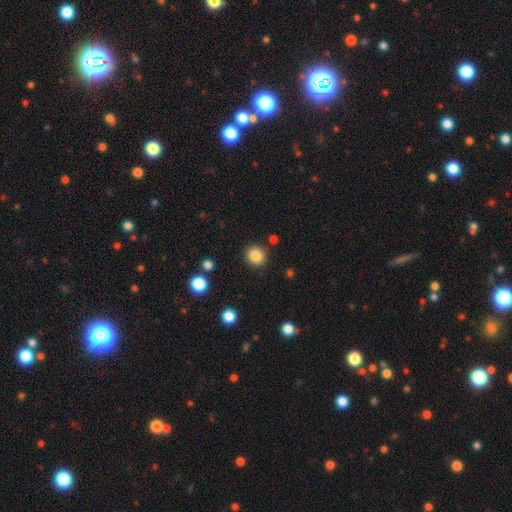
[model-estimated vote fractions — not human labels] Smooth or featured? Predicted: smooth (p=0.86). How rounded? Predicted: round (p=0.91). Merging? Predicted: none (p=0.89).